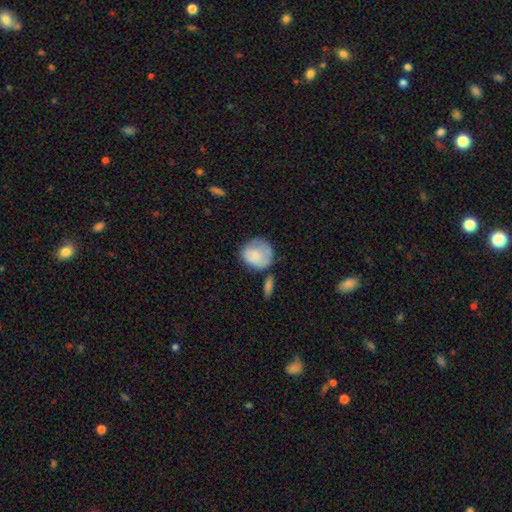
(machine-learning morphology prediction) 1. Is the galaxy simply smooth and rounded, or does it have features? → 75% smooth, 19% featured or disk, 7% star or artifact.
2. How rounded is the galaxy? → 80% round, 19% in between, 1% cigar-shaped.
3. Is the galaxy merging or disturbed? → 50% none, 27% minor disturbance, 11% merger, 11% major disturbance.